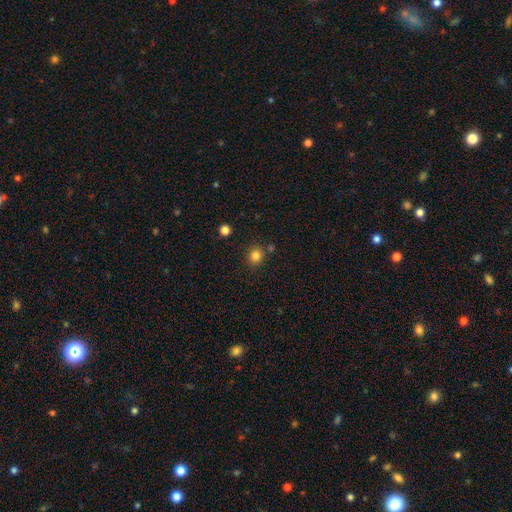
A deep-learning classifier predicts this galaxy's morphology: This is clearly a smooth galaxy (83%). How rounded: clearly round (82%). Merging: clearly none (82%).